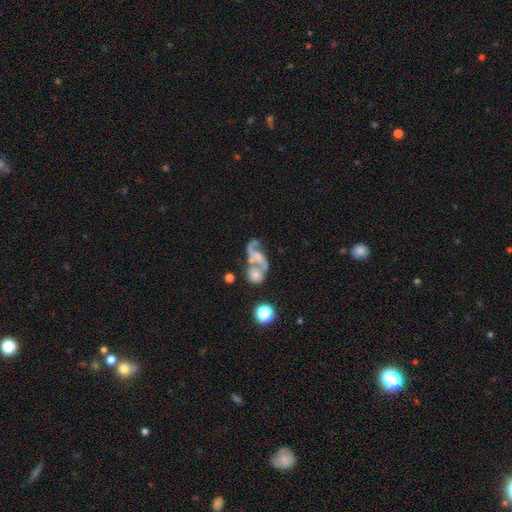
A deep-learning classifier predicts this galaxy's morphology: Overall: featured or disk (71%). Edge-on disk: no (97%). Bar: no (61%; weak 28%). Spiral arms: yes (81%). Spiral arm count: 2 (80%). Spiral winding: loose (72%). Bulge size: none (43%; small 28%). Merging: merger (45%; none 25%).